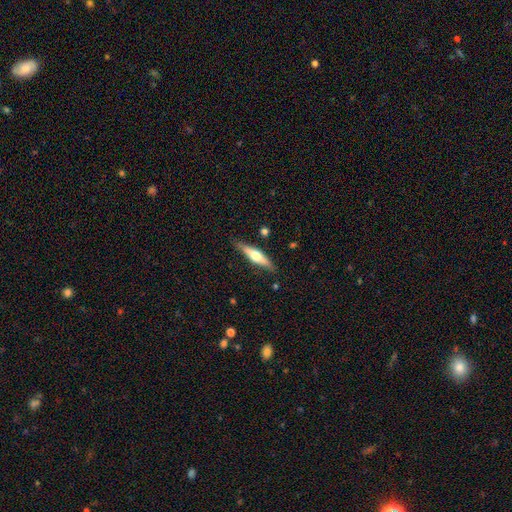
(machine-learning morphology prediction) type=featured or disk (57%); edge-on=yes (93%); edge-on bulge=rounded (92%); merging=none (84%).